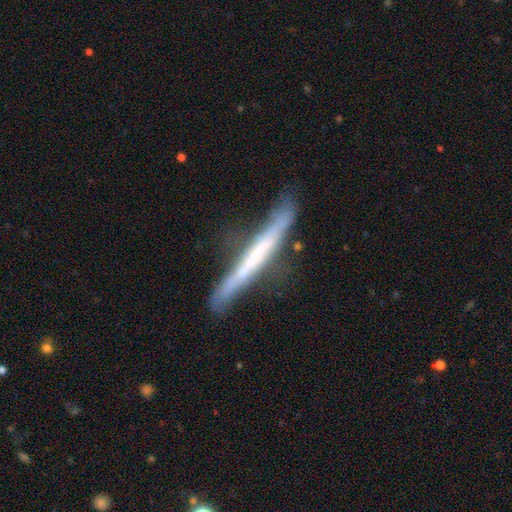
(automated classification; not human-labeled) A featured or disk galaxy (63%) viewed edge-on (89%) with no central bulge (70%). Merging: none (67%).